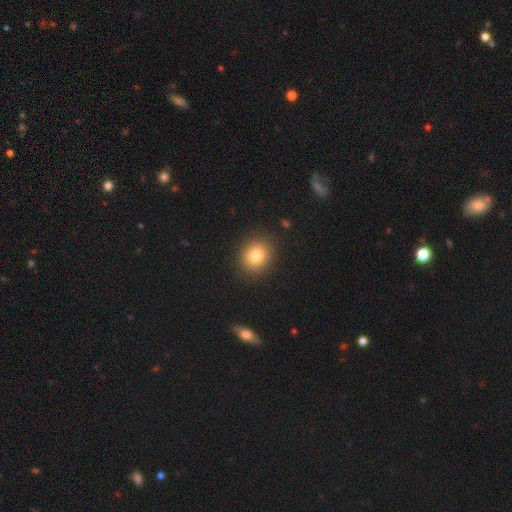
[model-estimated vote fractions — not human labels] Smooth or featured? Predicted: smooth (p=0.80). How rounded? Predicted: round (p=0.70). Merging? Predicted: none (p=0.89).